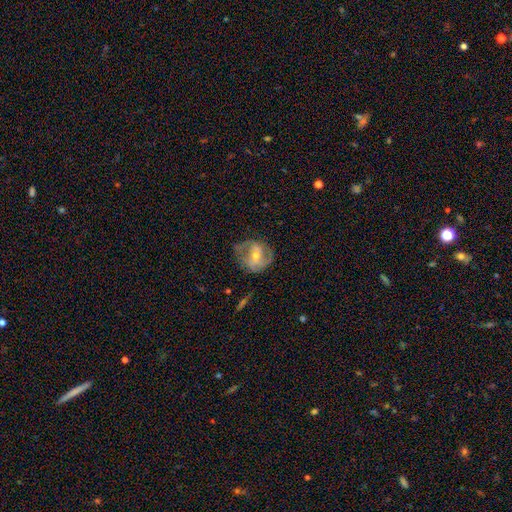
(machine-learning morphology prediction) Smooth or featured: featured or disk — 74% (smooth — 20%)
Edge-on disk: no — 97% (yes — 3%)
Bar: no — 41% (weak — 40%)
Spiral arms: yes — 87% (no — 13%)
Spiral winding: medium — 47% (loose — 29%)
Spiral arm count: 2 — 66% (can't tell — 14%)
Bulge size: moderate — 52% (small — 44%)
Merging: none — 61% (minor disturbance — 23%)